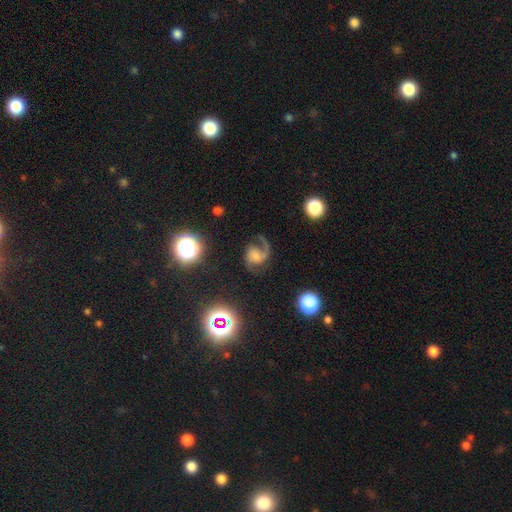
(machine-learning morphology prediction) The model was most divided on "spiral winding": medium: 45%, loose: 43%, tight: 12%. Remaining: edge-on disk — no (98%); spiral arms — yes (96%); smooth or featured — featured or disk (79%); bar — no (62%); spiral arm count — 2 (61%); merging — none (55%); bulge size — small (38%).